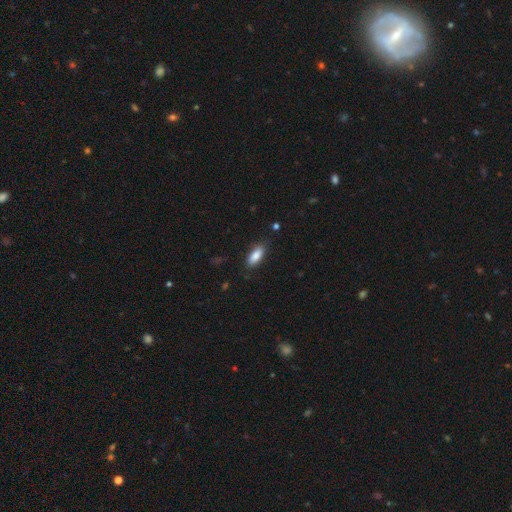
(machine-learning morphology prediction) smooth 87%, star or artifact 7%, featured or disk 6%. Down the decision tree: how rounded — in between (80%); merging — none (84%).